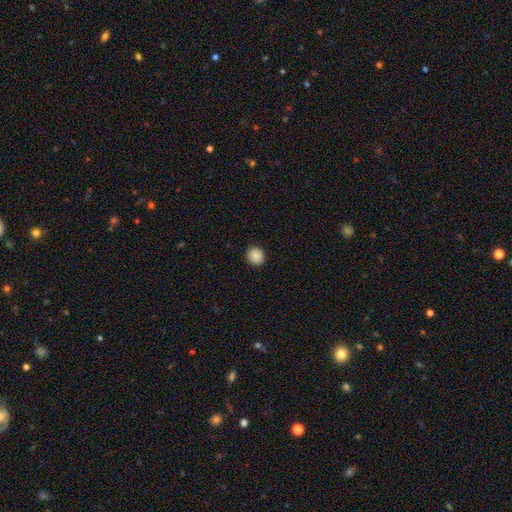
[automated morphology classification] Q: Smooth or featured?
A: smooth (89%); runner-up: star or artifact (9%)
Q: How rounded?
A: round (85%); runner-up: in between (14%)
Q: Merging?
A: none (91%); runner-up: minor disturbance (6%)